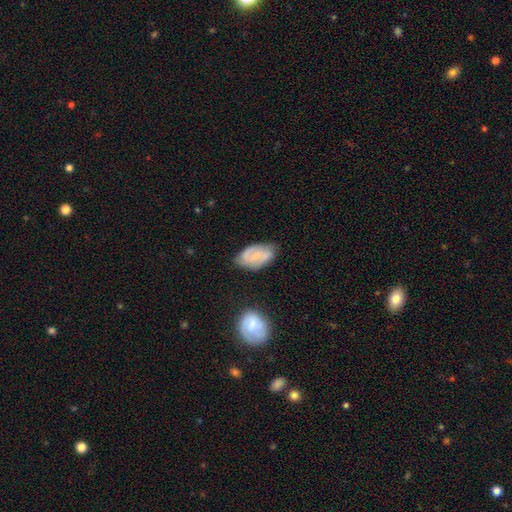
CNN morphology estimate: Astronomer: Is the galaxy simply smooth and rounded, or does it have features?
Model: featured or disk — 53% (runner-up: smooth, 39%).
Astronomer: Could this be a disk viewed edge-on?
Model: no — 96%.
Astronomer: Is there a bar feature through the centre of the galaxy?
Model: no — 48% (runner-up: weak, 43%).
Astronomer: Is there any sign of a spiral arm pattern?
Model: yes — 85%.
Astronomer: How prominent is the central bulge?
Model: small — 53%.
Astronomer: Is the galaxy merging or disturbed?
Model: none — 64%.